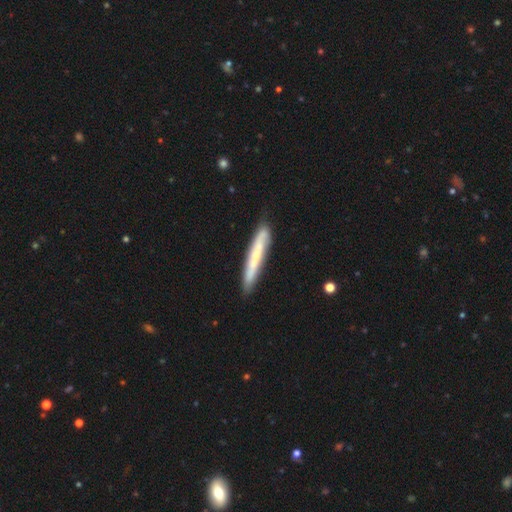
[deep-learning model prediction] Smooth or featured? smooth (51%)
How rounded? cigar-shaped (95%)
Merging? none (85%)